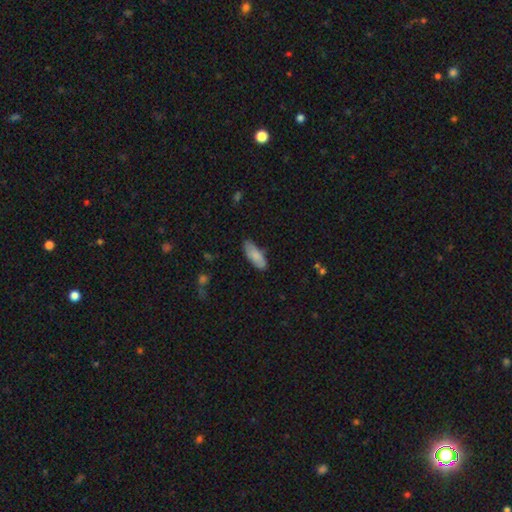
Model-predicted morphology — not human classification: Smooth or featured? smooth (82%)
How rounded? in between (73%)
Merging? none (76%)